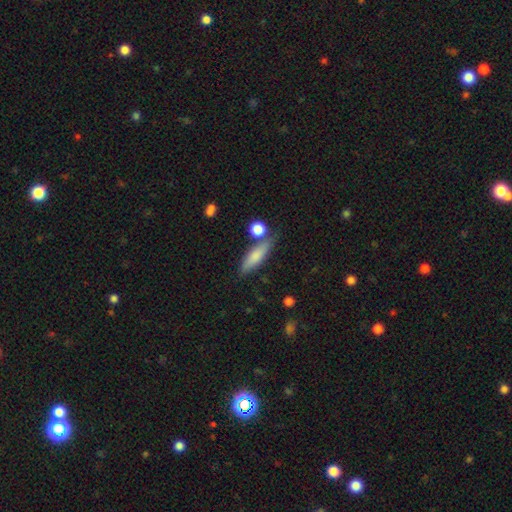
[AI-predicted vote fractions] smooth 73%, featured or disk 20%, star or artifact 7%. Down the decision tree: how rounded — cigar-shaped (64%); merging — none (71%).